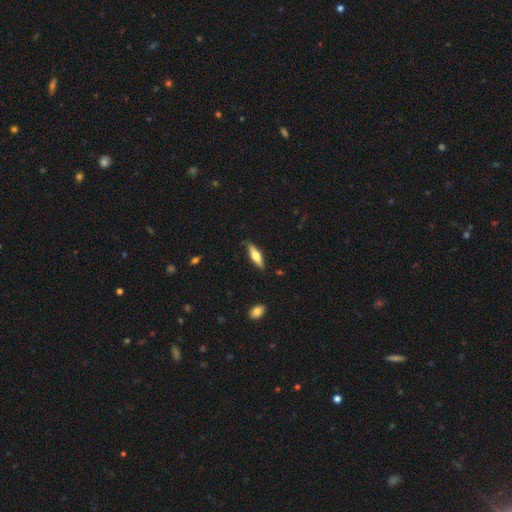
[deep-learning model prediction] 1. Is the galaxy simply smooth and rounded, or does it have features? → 50% smooth, 45% featured or disk, 6% star or artifact.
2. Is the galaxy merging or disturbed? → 85% none, 11% minor disturbance, 2% major disturbance, 1% merger.